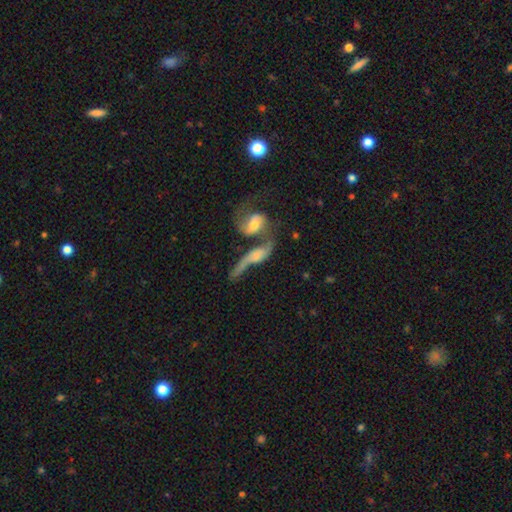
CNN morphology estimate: featured or disk 68%, smooth 25%, star or artifact 7%. Down the decision tree: edge-on disk — no (85%); bar — no (53%); spiral arms — yes (85%); bulge size — small (45%); merging — merger (60%).